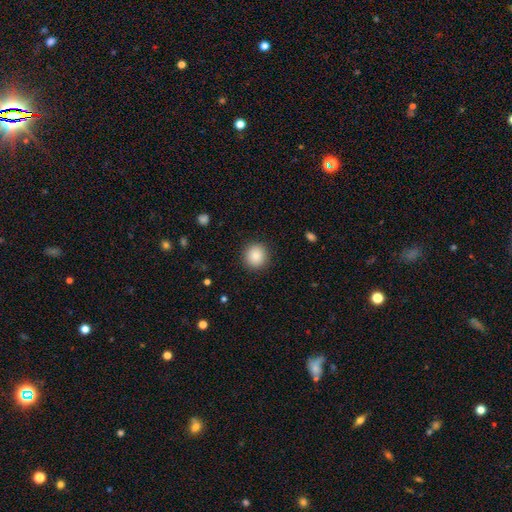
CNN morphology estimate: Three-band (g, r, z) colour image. It shows a smooth galaxy with no disk features (87%) that is round (91%). Merging: none (91%).